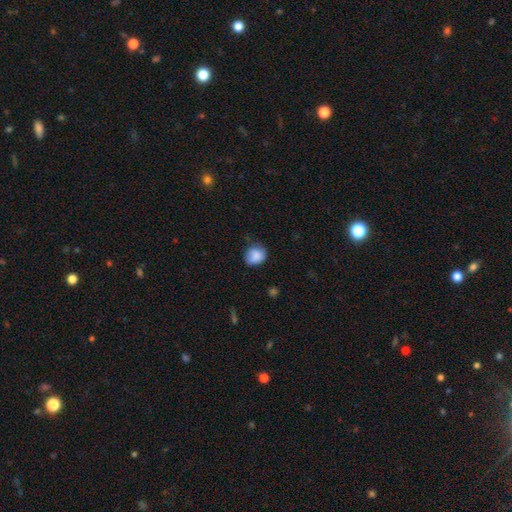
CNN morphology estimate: A smooth galaxy with no disk features (83%) that is round (69%). Merging: none (63%).